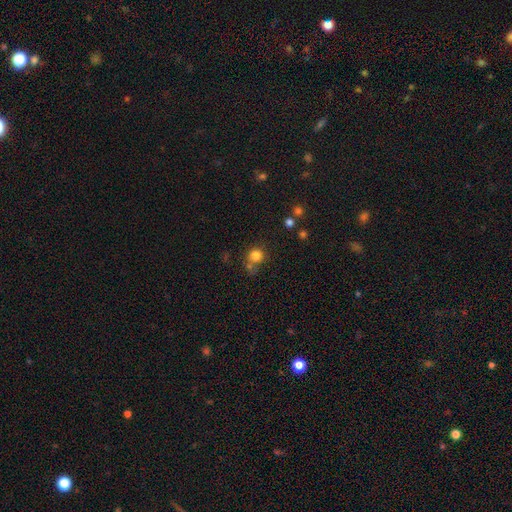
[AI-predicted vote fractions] This appears to be a smooth galaxy with no disk features (80%) that is round (88%). Merging: none (60%).